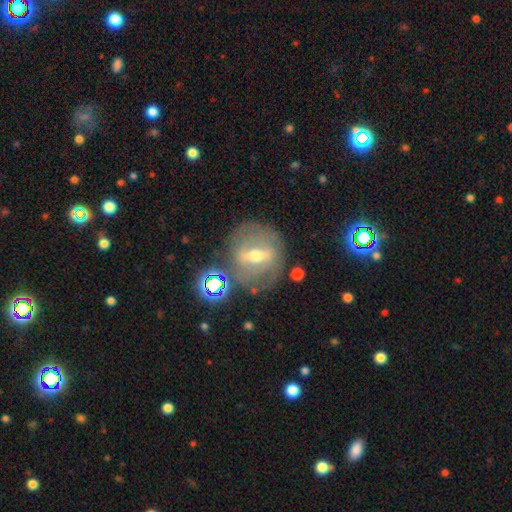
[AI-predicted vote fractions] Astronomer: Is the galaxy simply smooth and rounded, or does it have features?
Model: featured or disk — 71%.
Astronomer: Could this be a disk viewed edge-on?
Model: no — 85%.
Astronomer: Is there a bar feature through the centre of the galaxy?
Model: strong — 57% (runner-up: weak, 33%).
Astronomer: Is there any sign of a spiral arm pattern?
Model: yes — 55% (runner-up: no, 45%).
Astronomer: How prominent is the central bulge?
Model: moderate — 67%.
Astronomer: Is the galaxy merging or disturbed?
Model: none — 73%.